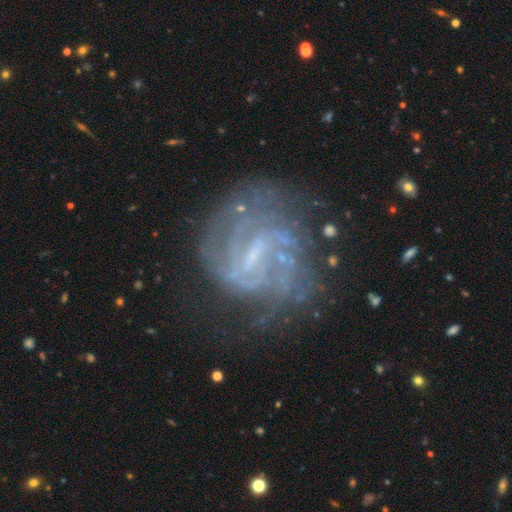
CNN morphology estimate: featured or disk 84%, star or artifact 8%, smooth 8%. Down the decision tree: edge-on disk — no (98%); bar — weak (54%); spiral arms — yes (89%); spiral arm count — can't tell (38%); spiral winding — tight (47%); bulge size — small (51%); merging — none (61%).